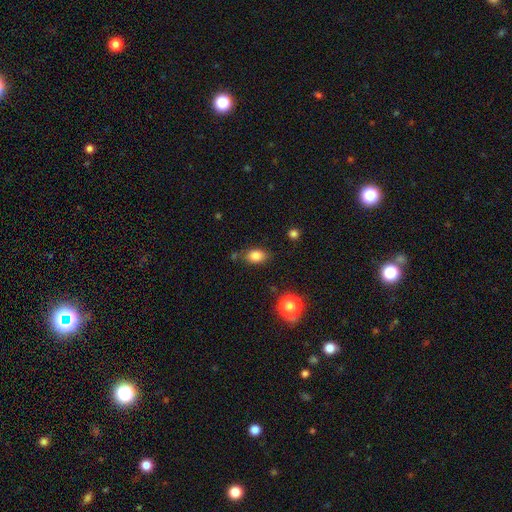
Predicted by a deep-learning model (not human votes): smooth 83%, star or artifact 10%, featured or disk 7%. Down the decision tree: how rounded — in between (80%); merging — none (74%).